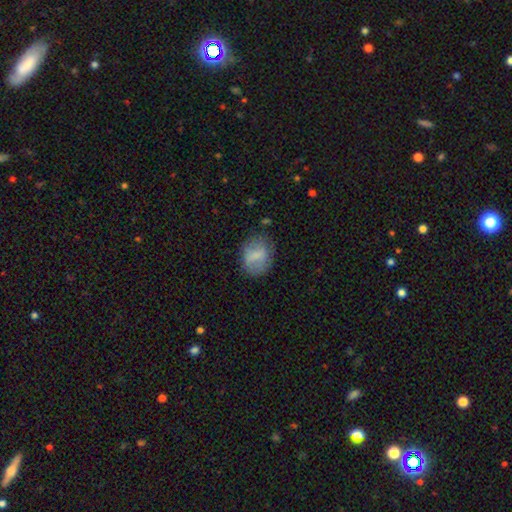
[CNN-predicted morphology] This is likely a smooth galaxy (64%). How rounded: possibly in between (56%). Merging: likely none (68%).